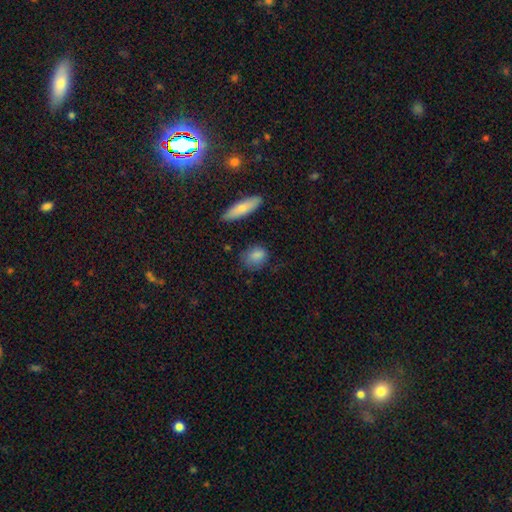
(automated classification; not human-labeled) A smooth galaxy with no disk features (84%) that is in between round and cigar-shaped (61%). Merging: none (68%).